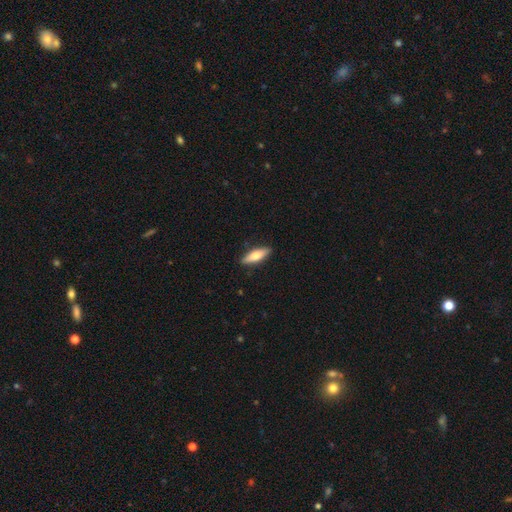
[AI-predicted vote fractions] Smooth or featured?
  - smooth: 69% *
  - featured or disk: 26%
  - star or artifact: 6%
How rounded?
  - cigar-shaped: 50% *
  - in between: 48%
  - round: 2%
Merging?
  - none: 88% *
  - minor disturbance: 9%
  - major disturbance: 2%
  - merger: 1%